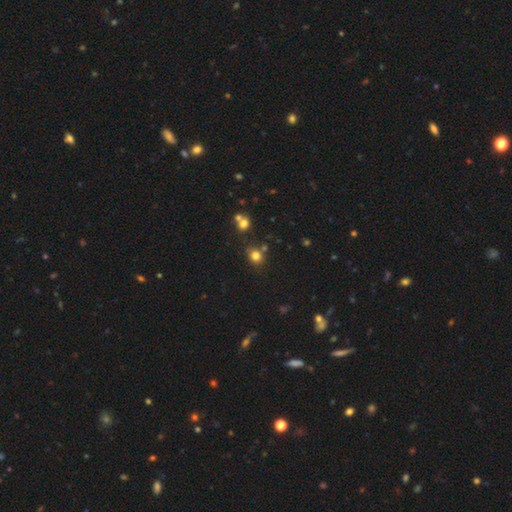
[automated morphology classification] smooth_or_featured: smooth (p=0.78) [alt: star or artifact p=0.15]
how_rounded: round (p=0.72) [alt: in between p=0.27]
merging: none (p=0.73) [alt: merger p=0.12]